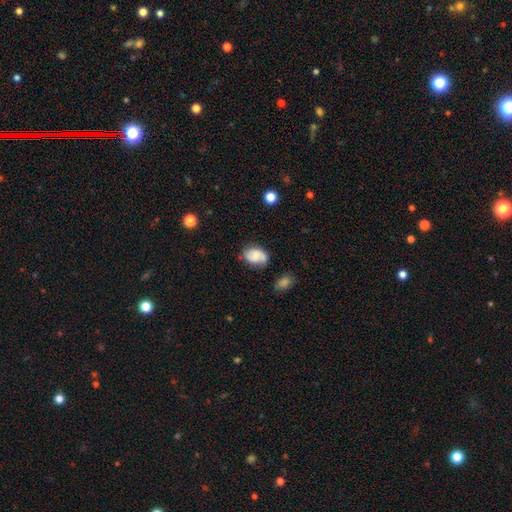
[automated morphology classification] Smooth or featured?
  - smooth: 54% *
  - featured or disk: 38%
  - star or artifact: 9%
How rounded?
  - in between: 78% *
  - round: 20%
  - cigar-shaped: 1%
Merging?
  - none: 64% *
  - minor disturbance: 25%
  - major disturbance: 7%
  - merger: 5%